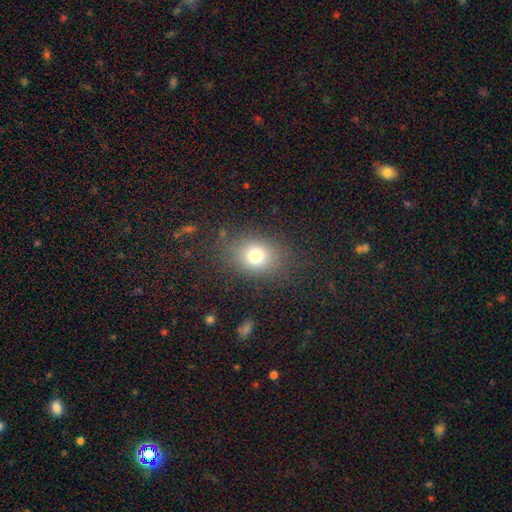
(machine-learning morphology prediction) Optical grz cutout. It shows a smooth galaxy with no disk features (75%) that is in between round and cigar-shaped (53%). Merging: none (80%).